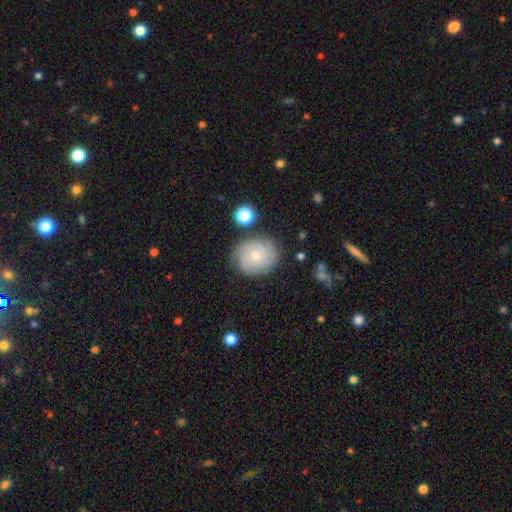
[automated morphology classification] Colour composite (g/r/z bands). It shows a featured or disk galaxy (55%) with no bar (82%), spiral arms (84%) and a small central bulge (63%). Merging: none (76%).